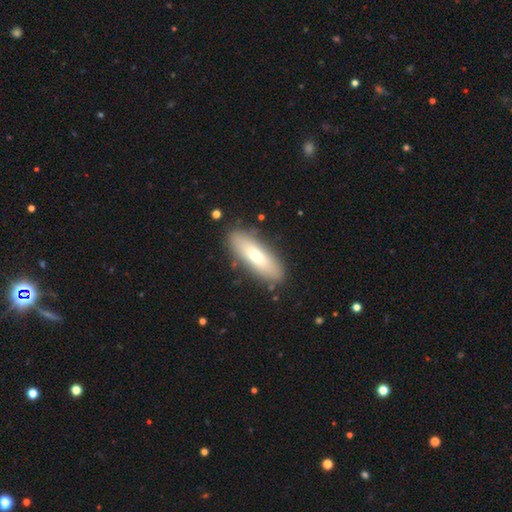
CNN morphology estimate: A smooth galaxy with no disk features (67%) that is in between round and cigar-shaped (50%). Merging: none (85%).